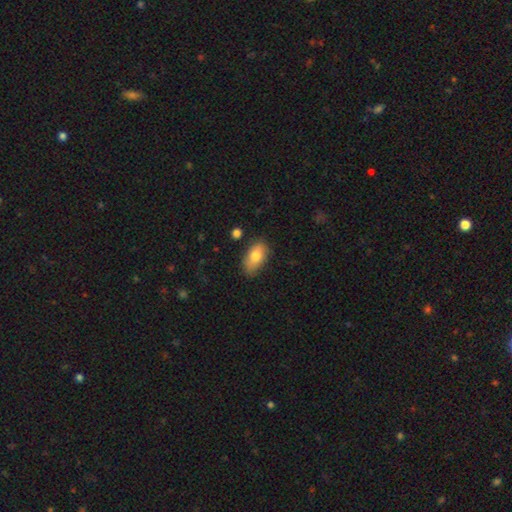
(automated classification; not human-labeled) A smooth galaxy with no disk features (79%) that is in between round and cigar-shaped (92%).

Vote fractions:
- Smooth or featured? smooth: 79% / featured or disk: 14% / star or artifact: 7%
- How rounded? in between: 92% / round: 5% / cigar-shaped: 3%
- Merging? none: 77% / minor disturbance: 18% / major disturbance: 3% / merger: 2%